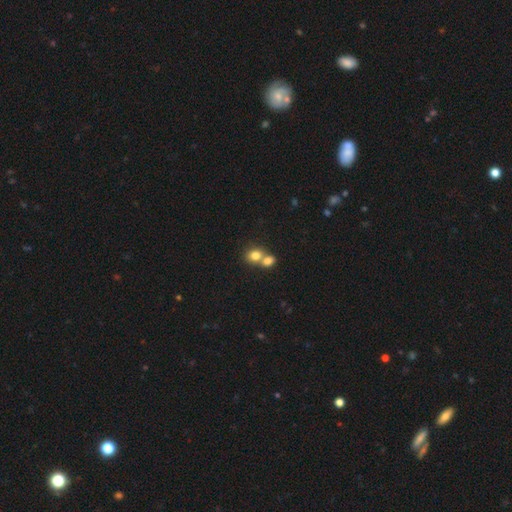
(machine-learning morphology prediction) smooth-or-featured: smooth: 79% | featured or disk: 11% | star or artifact: 10%
  how-rounded: round: 61% | in between: 38% | cigar-shaped: 1%
  merging: merger: 63% | none: 29% | minor disturbance: 6% | major disturbance: 2%